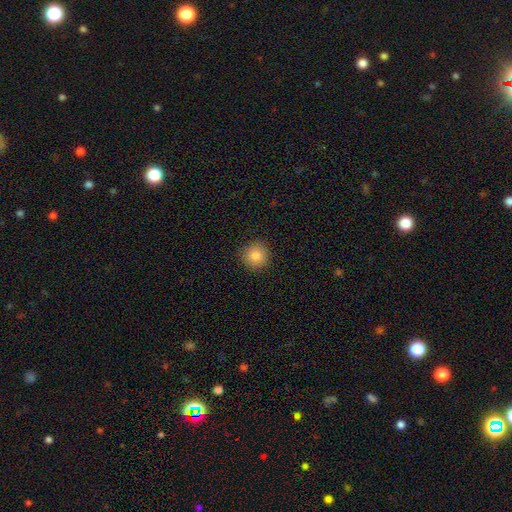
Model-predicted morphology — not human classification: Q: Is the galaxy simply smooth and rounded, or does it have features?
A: smooth — 85%.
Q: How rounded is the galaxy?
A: round — 93%.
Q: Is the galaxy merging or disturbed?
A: none — 90%.